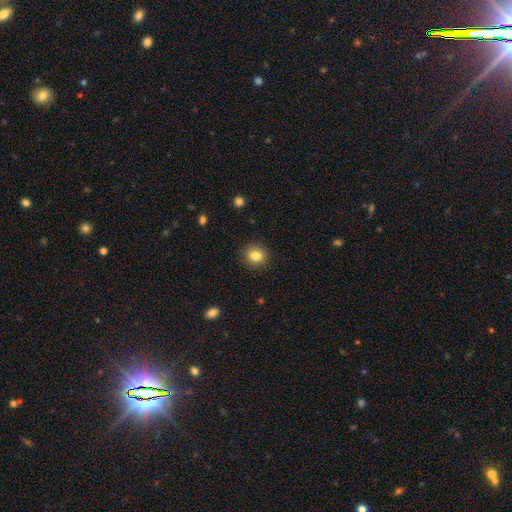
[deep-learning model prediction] A smooth galaxy with no disk features (83%) that is round (80%).

Vote fractions:
- Smooth or featured? smooth: 83% / star or artifact: 10% / featured or disk: 6%
- How rounded? round: 80% / in between: 19% / cigar-shaped: 1%
- Merging? none: 90% / minor disturbance: 7% / major disturbance: 2% / merger: 1%